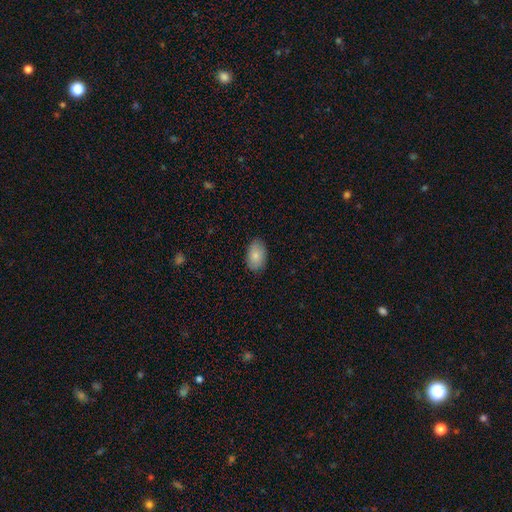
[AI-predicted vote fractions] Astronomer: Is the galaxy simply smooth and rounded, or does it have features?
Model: smooth — 83%.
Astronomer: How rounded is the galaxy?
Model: in between — 91%.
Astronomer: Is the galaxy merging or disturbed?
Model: none — 86%.